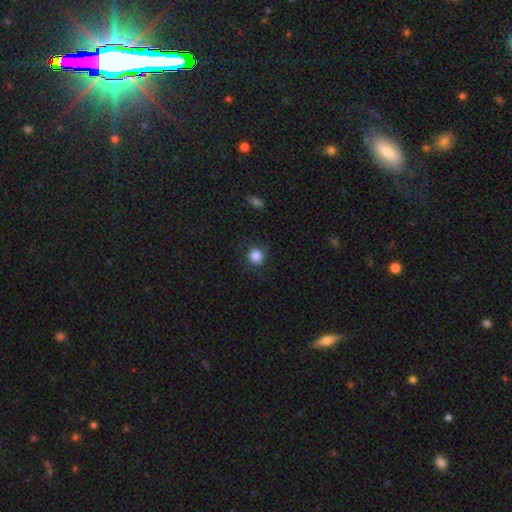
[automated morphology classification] A smooth galaxy with no disk features (86%) that is round (89%).

Vote fractions:
- Smooth or featured? smooth: 86% / star or artifact: 10% / featured or disk: 4%
- How rounded? round: 89% / in between: 10% / cigar-shaped: 1%
- Merging? none: 84% / minor disturbance: 11% / major disturbance: 4% / merger: 1%